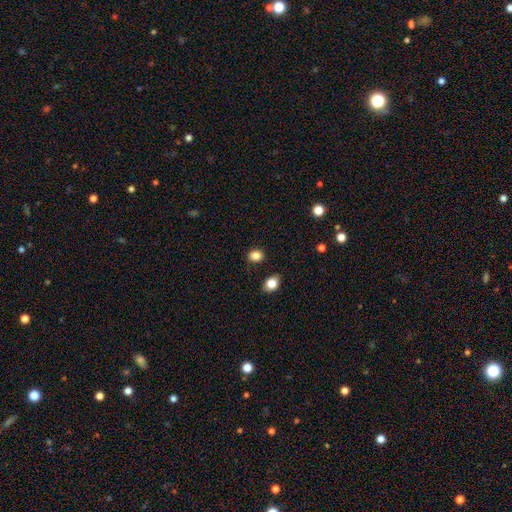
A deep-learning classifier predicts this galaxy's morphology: The model was most divided on "how rounded": round: 52%, in between: 47%, cigar-shaped: 1%. More confident: merging — none (86%); smooth or featured — smooth (84%).